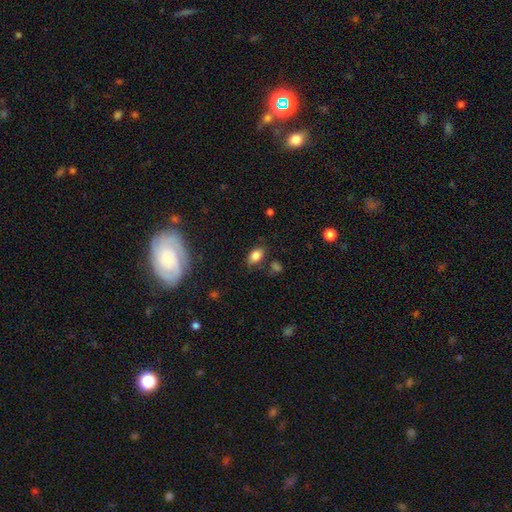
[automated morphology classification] smooth_or_featured: smooth (p=0.81) [alt: star or artifact p=0.11]
how_rounded: in between (p=0.88) [alt: round p=0.10]
merging: none (p=0.77) [alt: minor disturbance p=0.15]